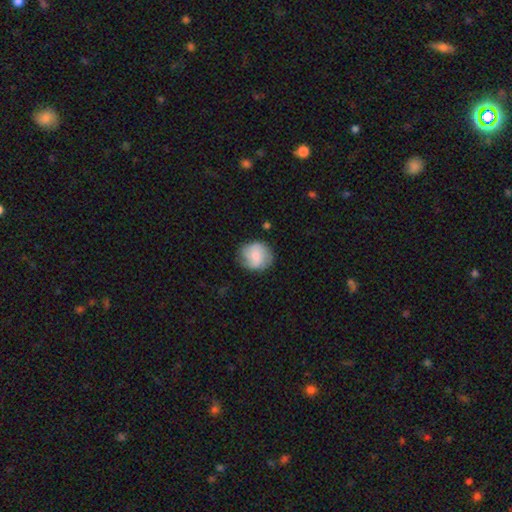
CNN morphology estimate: The model was most divided on "smooth or featured": smooth: 60%, featured or disk: 33%, star or artifact: 7%. More confident: how rounded — round (87%); merging — none (78%).